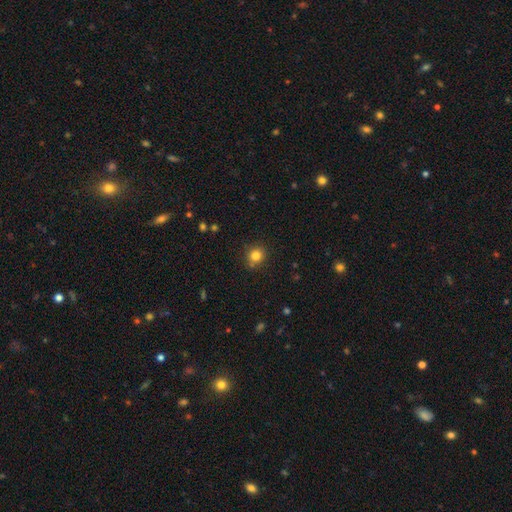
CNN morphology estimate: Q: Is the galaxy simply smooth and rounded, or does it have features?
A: smooth — 83%.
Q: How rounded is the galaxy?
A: round — 89%.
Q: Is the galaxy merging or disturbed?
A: none — 85%.